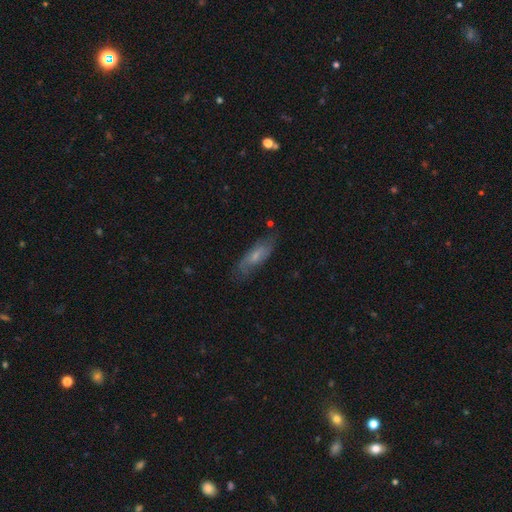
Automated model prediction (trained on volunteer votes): A smooth galaxy with no disk features (56%) that is in between round and cigar-shaped (55%).

Vote fractions:
- Smooth or featured? smooth: 56% / featured or disk: 36% / star or artifact: 8%
- How rounded? in between: 55% / cigar-shaped: 43% / round: 2%
- Merging? none: 73% / minor disturbance: 19% / major disturbance: 6% / merger: 2%